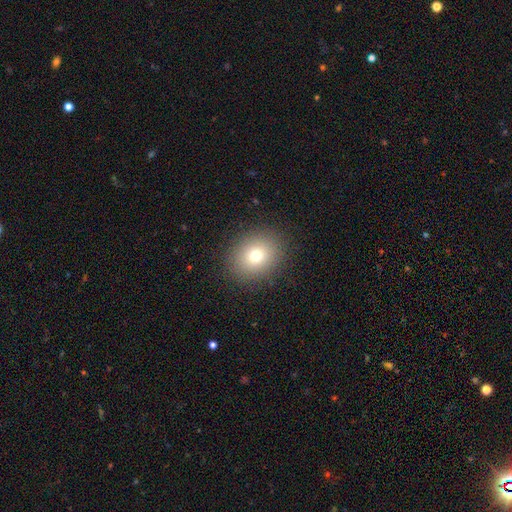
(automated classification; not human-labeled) A smooth galaxy with no disk features (75%) that is round (65%). Merging: none (89%).